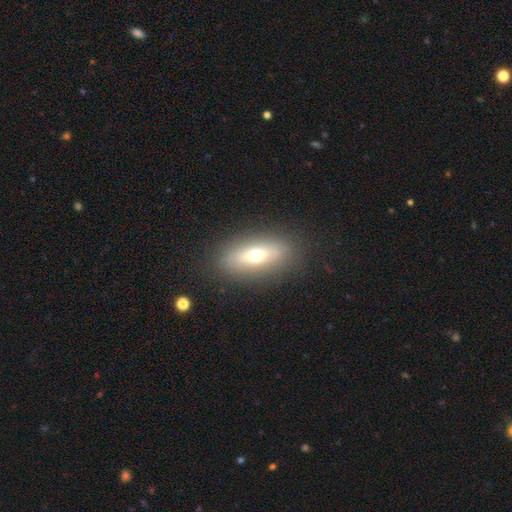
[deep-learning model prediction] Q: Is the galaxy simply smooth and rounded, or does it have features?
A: smooth — 59%.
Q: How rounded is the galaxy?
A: in between — 72%.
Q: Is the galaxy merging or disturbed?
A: none — 85%.